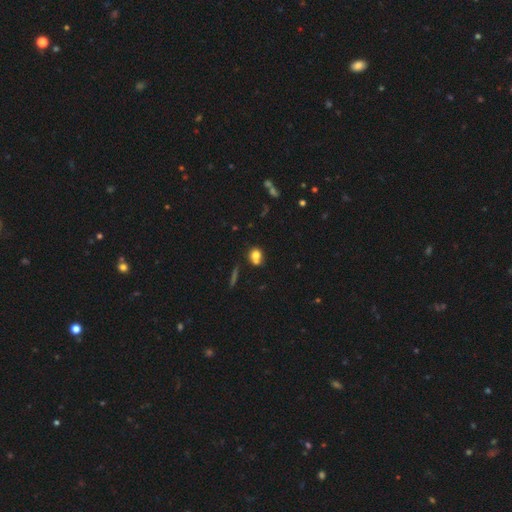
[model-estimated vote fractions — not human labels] Smooth or featured?
  - smooth: 75% *
  - featured or disk: 13%
  - star or artifact: 12%
How rounded?
  - round: 68% *
  - in between: 30%
  - cigar-shaped: 2%
Merging?
  - none: 49% *
  - merger: 33%
  - minor disturbance: 13%
  - major disturbance: 5%